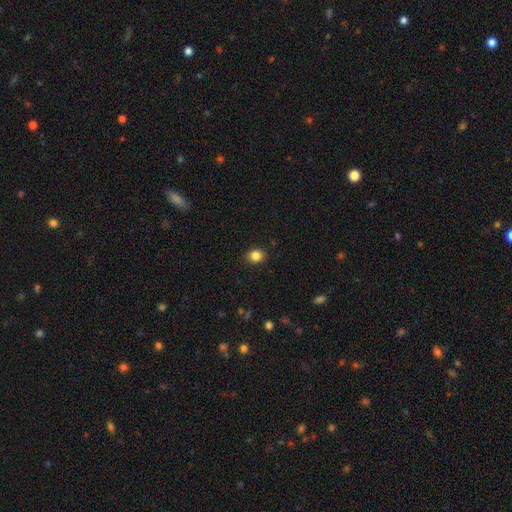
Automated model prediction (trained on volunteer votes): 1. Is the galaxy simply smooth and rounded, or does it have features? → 84% smooth, 11% star or artifact, 5% featured or disk.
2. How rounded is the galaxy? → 61% round, 39% in between, 1% cigar-shaped.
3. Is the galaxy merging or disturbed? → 90% none, 7% minor disturbance, 2% major disturbance, 1% merger.